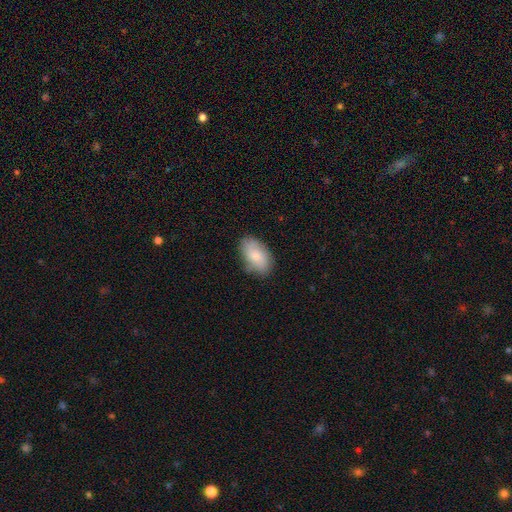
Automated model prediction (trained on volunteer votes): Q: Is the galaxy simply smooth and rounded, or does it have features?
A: smooth — 76%.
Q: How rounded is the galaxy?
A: in between — 93%.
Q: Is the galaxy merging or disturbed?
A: none — 78%.